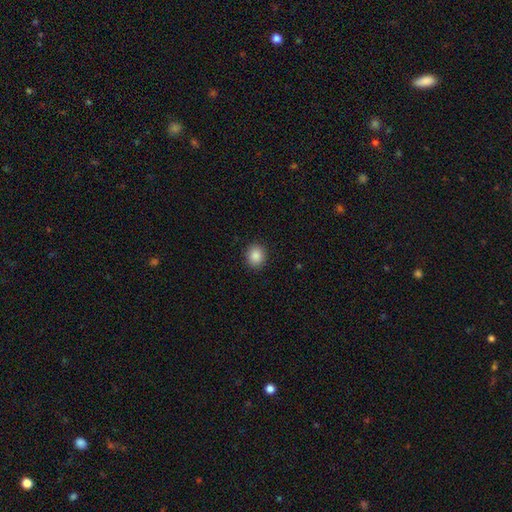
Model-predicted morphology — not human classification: Smooth or featured: smooth — 88% (star or artifact — 9%)
How rounded: round — 81% (in between — 18%)
Merging: none — 91% (minor disturbance — 6%)